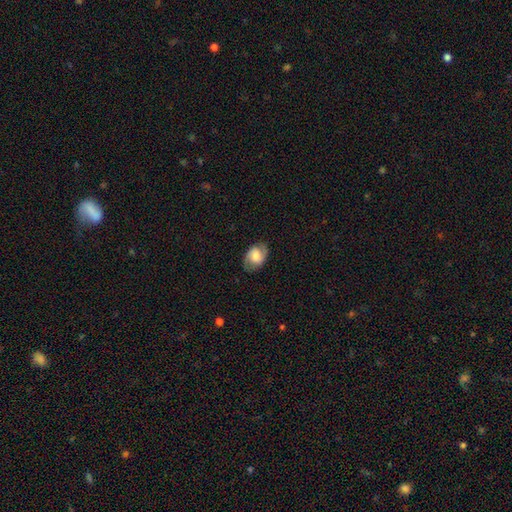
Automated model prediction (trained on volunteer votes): This appears to be a featured or disk galaxy (46%, tied with smooth). Merging: none (79%).